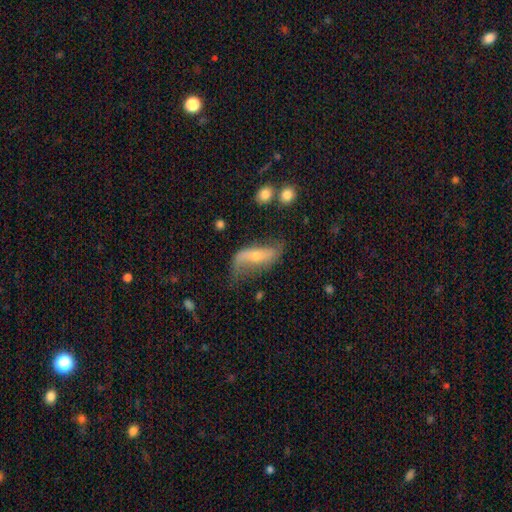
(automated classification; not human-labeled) Overall: featured or disk (69%). Edge-on disk: no (84%). Bar: no (42%; strong 30%). Spiral arms: yes (84%). Bulge size: small (53%; moderate 40%). Merging: none (51%; minor disturbance 28%).